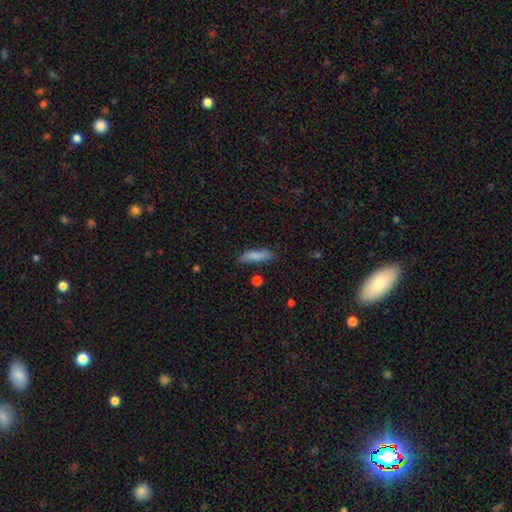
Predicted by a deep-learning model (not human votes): This is clearly a smooth galaxy (83%). How rounded: likely cigar-shaped (61%). Merging: likely none (79%).